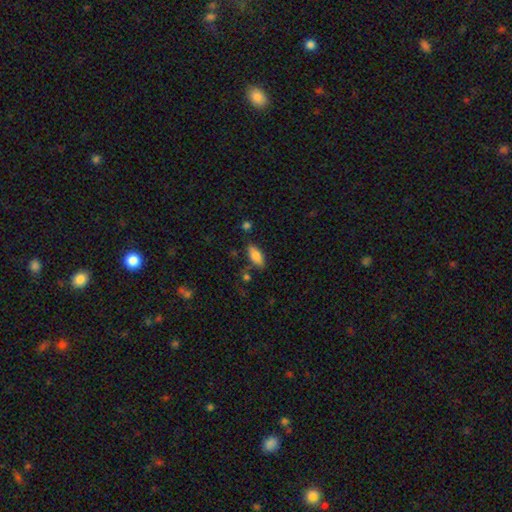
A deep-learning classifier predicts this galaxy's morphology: smooth_or_featured: smooth (p=0.84) [alt: featured or disk p=0.09]
how_rounded: in between (p=0.79) [alt: cigar-shaped p=0.19]
merging: none (p=0.75) [alt: minor disturbance p=0.16]